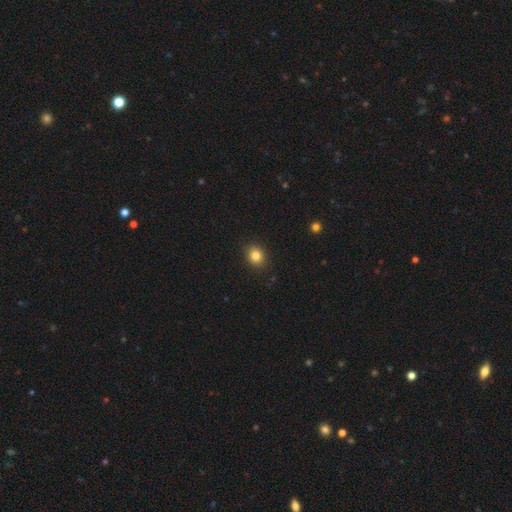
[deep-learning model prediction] Smooth or featured? smooth (83%)
How rounded? round (69%)
Merging? none (89%)